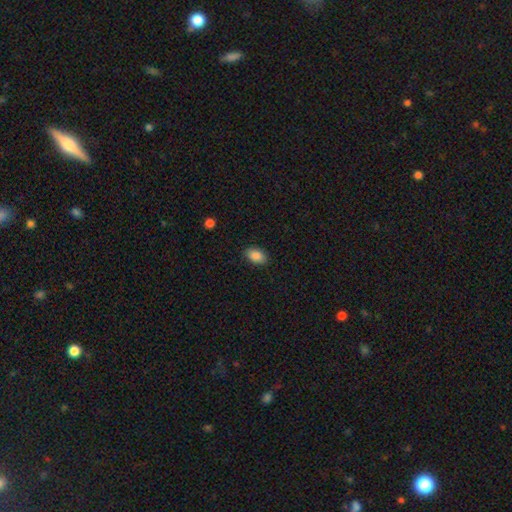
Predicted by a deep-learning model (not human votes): The model was most divided on "merging": none: 87%, minor disturbance: 10%, major disturbance: 2%, merger: 1%. More confident: how rounded — in between (90%); smooth or featured — smooth (88%).